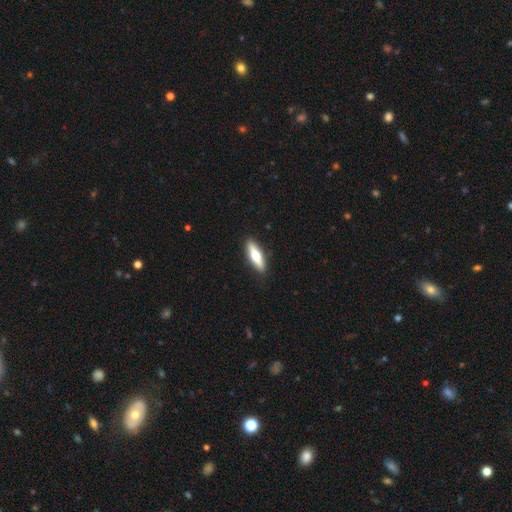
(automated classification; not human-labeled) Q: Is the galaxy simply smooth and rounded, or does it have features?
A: smooth — 50%.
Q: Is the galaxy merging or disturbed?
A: none — 90%.